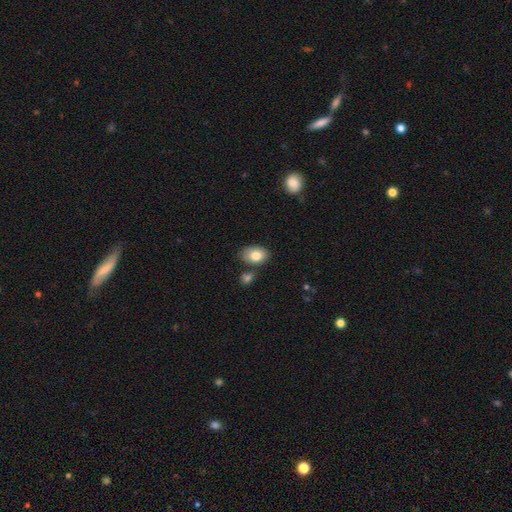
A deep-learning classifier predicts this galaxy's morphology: A smooth galaxy with no disk features (81%) that is in between round and cigar-shaped (85%).

Vote fractions:
- Smooth or featured? smooth: 81% / featured or disk: 12% / star or artifact: 8%
- How rounded? in between: 85% / round: 14% / cigar-shaped: 1%
- Merging? none: 73% / minor disturbance: 14% / merger: 9% / major disturbance: 3%